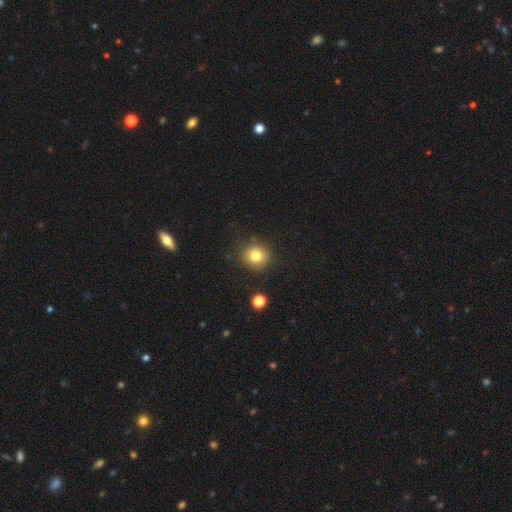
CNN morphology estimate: Smooth or featured? smooth (80%)
How rounded? round (89%)
Merging? none (85%)